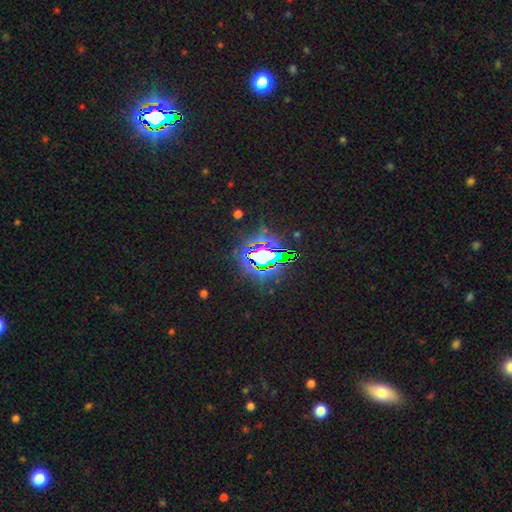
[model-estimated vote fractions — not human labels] Smooth or featured: star or artifact — 83% (smooth — 9%)